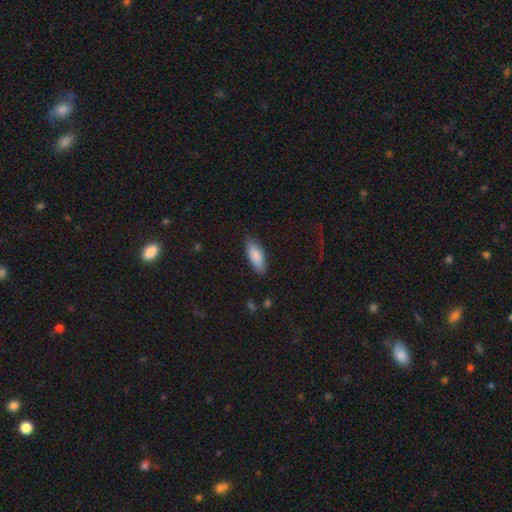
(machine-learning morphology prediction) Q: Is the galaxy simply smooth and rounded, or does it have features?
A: smooth — 86%.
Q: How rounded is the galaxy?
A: in between — 76%.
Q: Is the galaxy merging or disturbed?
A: none — 84%.